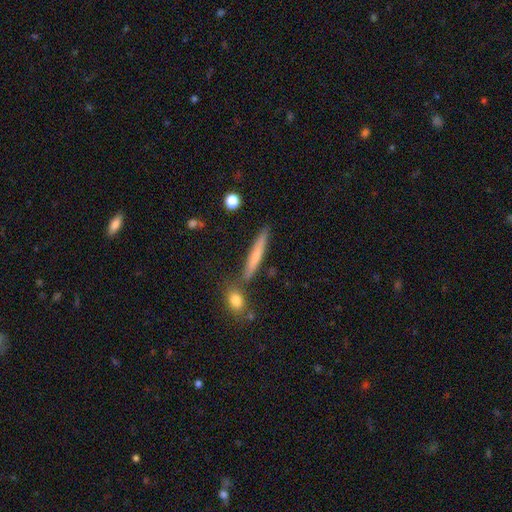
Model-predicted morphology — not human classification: smooth-or-featured: smooth: 63% | featured or disk: 30% | star or artifact: 7%
  how-rounded: cigar-shaped: 93% | in between: 5% | round: 2%
  merging: none: 80% | minor disturbance: 11% | merger: 7% | major disturbance: 3%